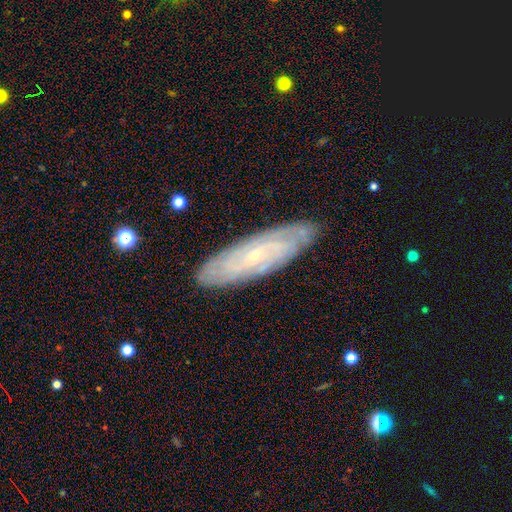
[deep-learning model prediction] This is likely a featured or disk galaxy (77%). It is clearly not viewed edge-on (80%). Bar: likely no (64%). Spiral arm pattern: clearly yes (91%). Spiral arm count: possibly can't tell (55%). Spiral winding: likely tight (76%). Central bulge: clearly small (83%). Merging: clearly none (85%).